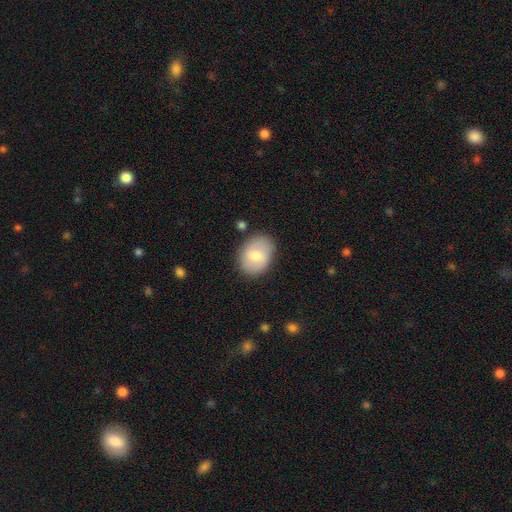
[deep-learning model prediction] A smooth galaxy with no disk features (72%) that is in between round and cigar-shaped (66%).

Vote fractions:
- Smooth or featured? smooth: 72% / featured or disk: 22% / star or artifact: 7%
- How rounded? in between: 66% / round: 33% / cigar-shaped: 1%
- Merging? none: 82% / minor disturbance: 12% / major disturbance: 3% / merger: 2%